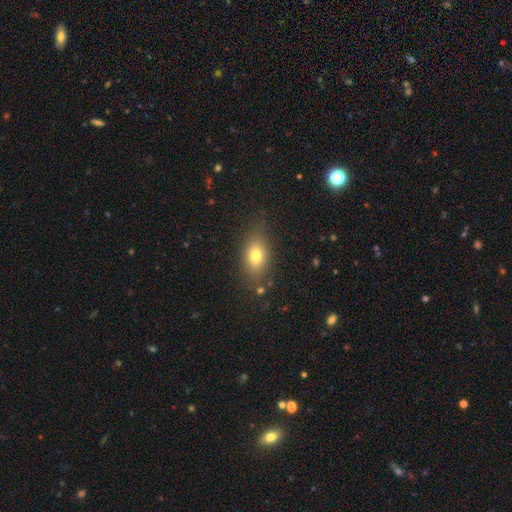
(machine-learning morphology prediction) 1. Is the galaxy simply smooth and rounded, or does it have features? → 76% smooth, 13% featured or disk, 11% star or artifact.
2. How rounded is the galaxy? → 79% in between, 15% round, 6% cigar-shaped.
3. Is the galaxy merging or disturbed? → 79% none, 14% minor disturbance, 5% major disturbance, 2% merger.